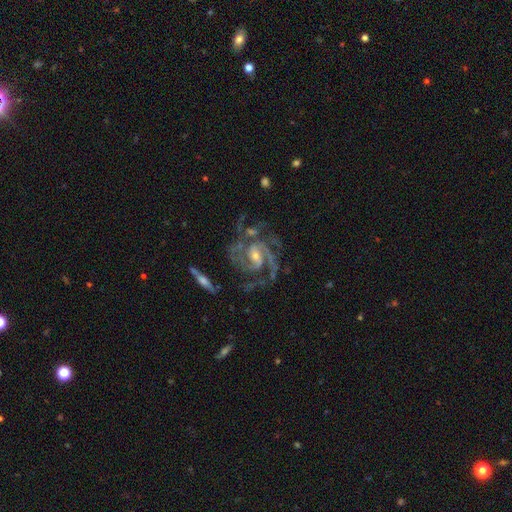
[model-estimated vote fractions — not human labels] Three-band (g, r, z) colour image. It shows a featured or disk galaxy (92%) with a weak bar (48%), 2 (47%) medium (50%) spiral arms (98%) and a small central bulge (56%). Merging: none (61%).